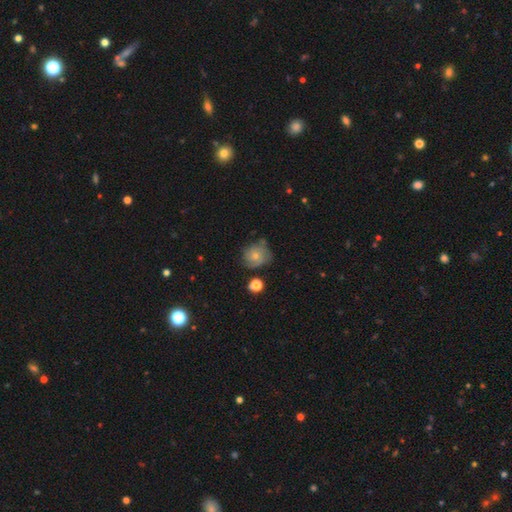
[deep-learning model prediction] smooth_or_featured: smooth (p=0.52) [alt: featured or disk p=0.38]
how_rounded: round (p=0.74) [alt: in between p=0.25]
merging: none (p=0.56) [alt: minor disturbance p=0.29]